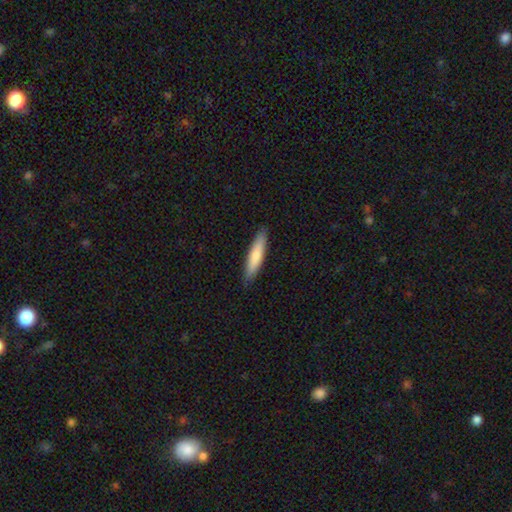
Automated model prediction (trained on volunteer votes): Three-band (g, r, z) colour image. It shows a smooth galaxy with no disk features (74%) that is cigar-shaped (84%). Merging: none (88%).